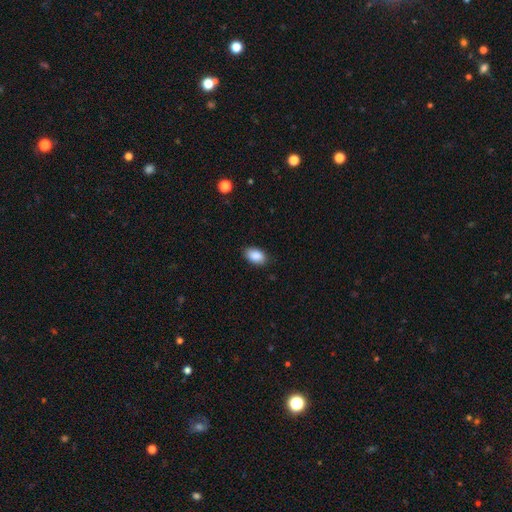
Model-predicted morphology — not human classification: The model was most divided on "merging": none: 86%, minor disturbance: 11%, major disturbance: 2%, merger: 1%. More confident: how rounded — in between (93%); smooth or featured — smooth (89%).